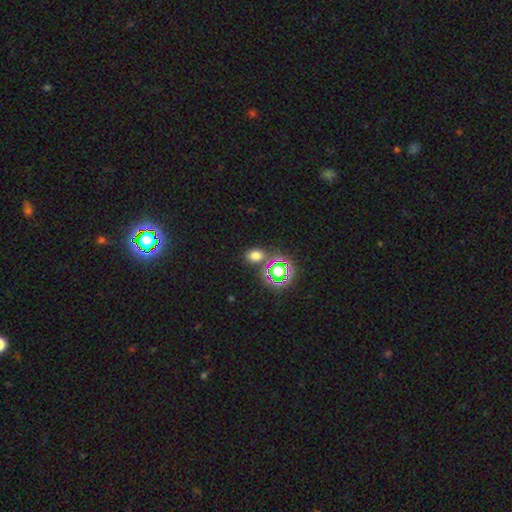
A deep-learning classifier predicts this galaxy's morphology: A smooth galaxy with no disk features (67%) that is in between round and cigar-shaped (62%). Merging: none (76%).